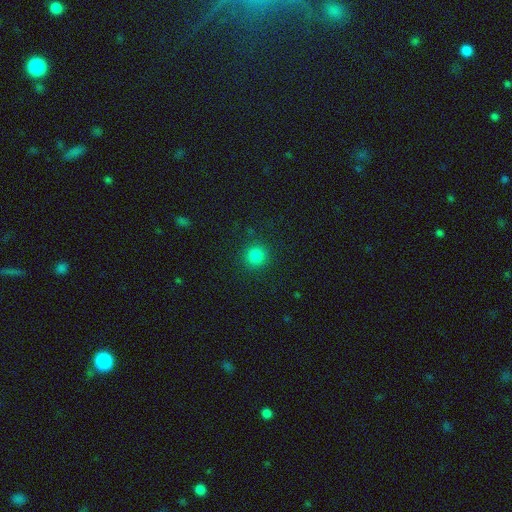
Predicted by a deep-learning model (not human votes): This appears to be a smooth galaxy with no disk features (83%) that is round (93%). Merging: none (90%).